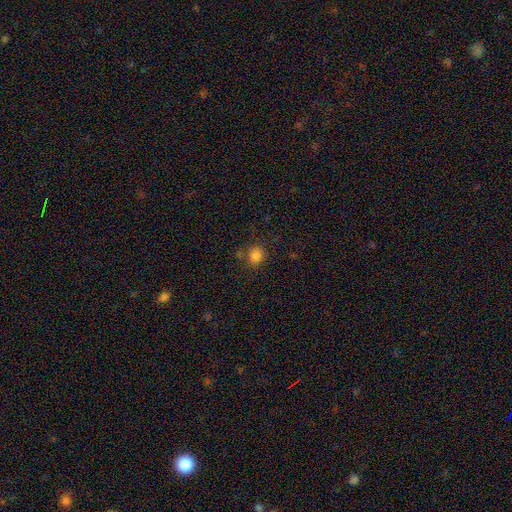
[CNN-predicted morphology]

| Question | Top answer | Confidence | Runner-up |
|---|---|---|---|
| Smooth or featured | smooth | 83% | star or artifact (12%) |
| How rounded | round | 81% | in between (18%) |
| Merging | none | 75% | minor disturbance (13%) |